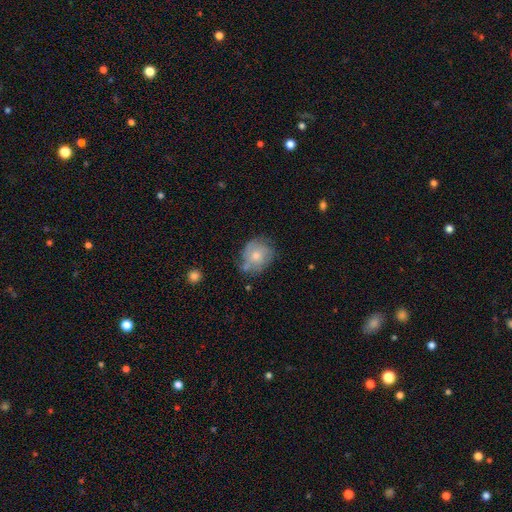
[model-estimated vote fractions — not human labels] Q: Smooth or featured?
A: smooth (56%); runner-up: featured or disk (36%)
Q: How rounded?
A: round (66%); runner-up: in between (33%)
Q: Merging?
A: none (53%); runner-up: minor disturbance (30%)